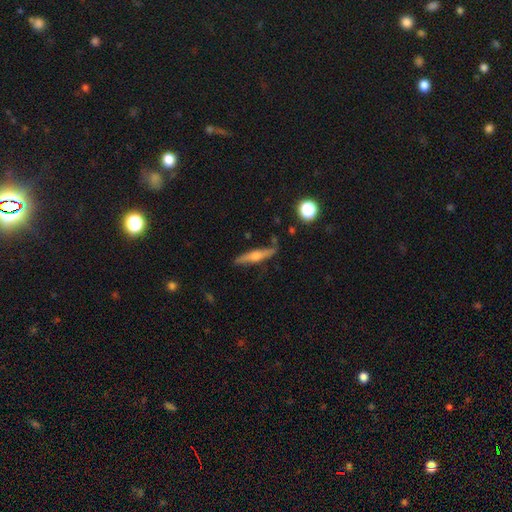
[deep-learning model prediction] Smooth or featured?
  - featured or disk: 63% *
  - smooth: 30%
  - star or artifact: 8%
Edge-on disk?
  - yes: 87% *
  - no: 13%
Edge-on bulge?
  - rounded: 84% *
  - none: 9%
  - boxy: 7%
Merging?
  - none: 76% *
  - minor disturbance: 17%
  - major disturbance: 4%
  - merger: 3%